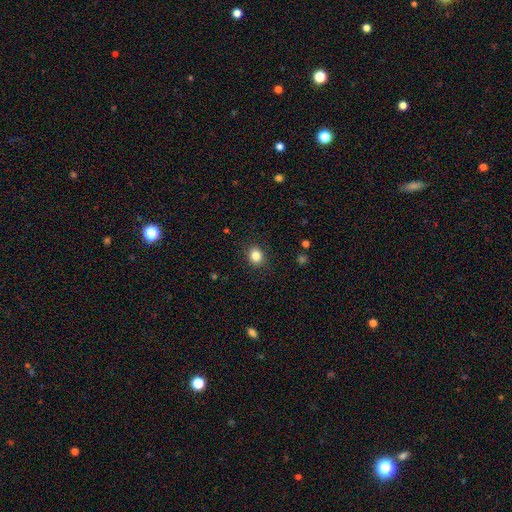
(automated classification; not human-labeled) Overall: smooth (84%). How rounded: round (69%; in between 31%). Merging: none (89%).